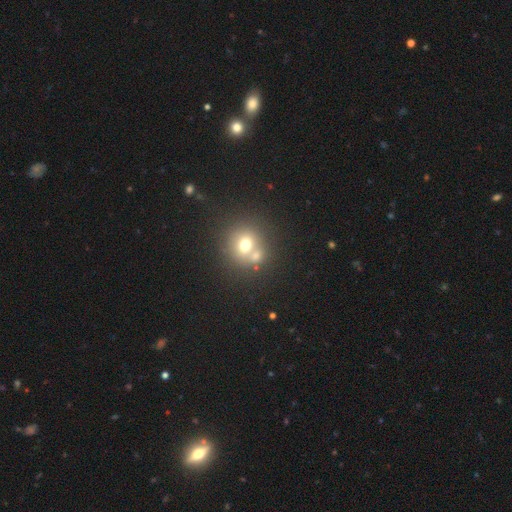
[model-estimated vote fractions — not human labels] smooth_or_featured: smooth (p=0.67) [alt: featured or disk p=0.18]
how_rounded: round (p=0.82) [alt: in between p=0.17]
merging: none (p=0.49) [alt: merger p=0.39]